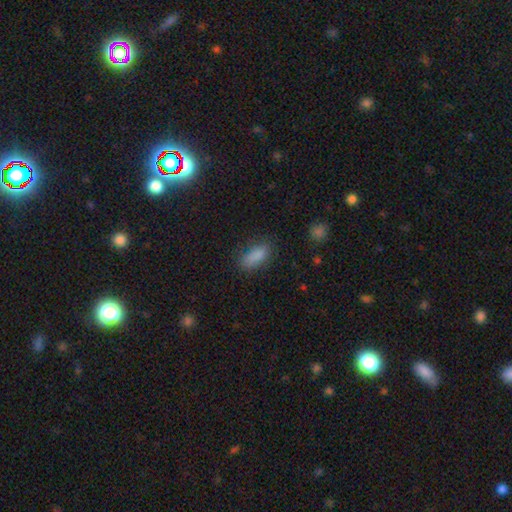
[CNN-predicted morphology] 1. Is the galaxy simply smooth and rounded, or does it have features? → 86% smooth, 9% star or artifact, 5% featured or disk.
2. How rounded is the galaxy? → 81% in between, 16% cigar-shaped, 3% round.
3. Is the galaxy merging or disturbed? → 74% none, 18% minor disturbance, 5% major disturbance, 2% merger.